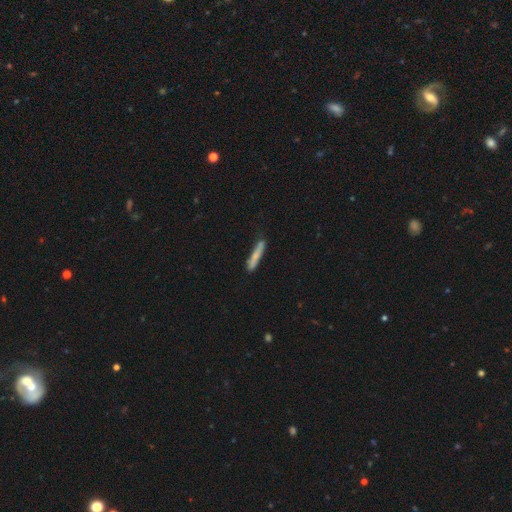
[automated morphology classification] Smooth or featured?
  - smooth: 72% *
  - featured or disk: 22%
  - star or artifact: 6%
How rounded?
  - cigar-shaped: 94% *
  - in between: 5%
  - round: 1%
Merging?
  - none: 79% *
  - minor disturbance: 15%
  - merger: 3%
  - major disturbance: 3%